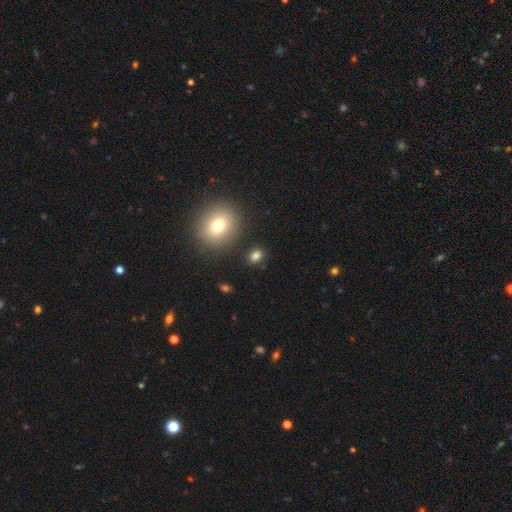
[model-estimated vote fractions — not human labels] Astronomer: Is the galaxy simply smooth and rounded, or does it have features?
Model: smooth — 80%.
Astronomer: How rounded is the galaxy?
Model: in between — 56% (runner-up: round, 43%).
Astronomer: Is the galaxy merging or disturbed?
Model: none — 84%.